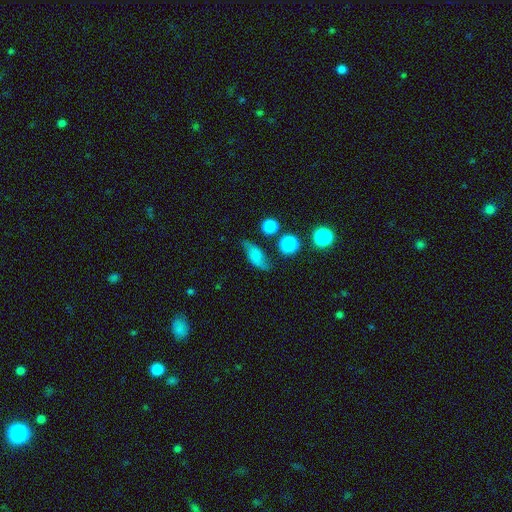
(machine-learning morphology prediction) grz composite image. It shows a smooth galaxy with no disk features (47%). Merging: none (61%).